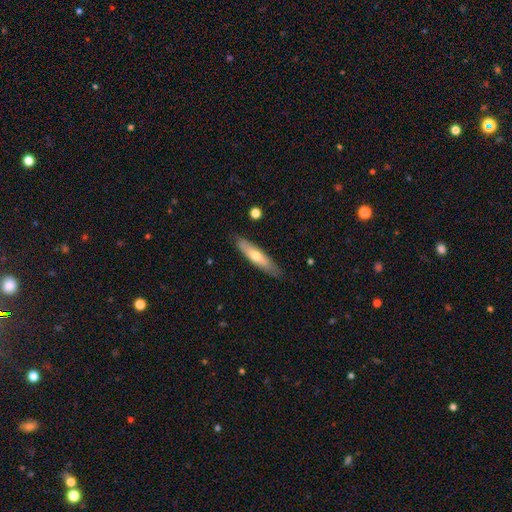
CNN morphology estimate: smooth 55%, featured or disk 39%, star or artifact 6%. Down the decision tree: how rounded — cigar-shaped (76%); merging — none (84%).